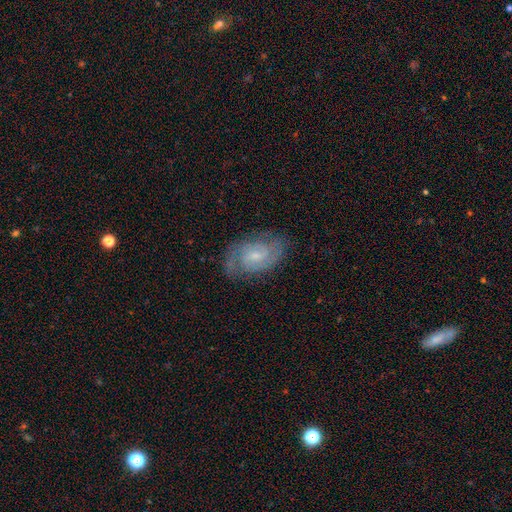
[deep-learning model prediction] Morphology: type=featured or disk (82%); edge-on=no (97%); bar=weak (49%); spiral arms=yes (96%); winding=tight (48%); arm count=2 (77%); bulge=small (60%); merging=none (77%).